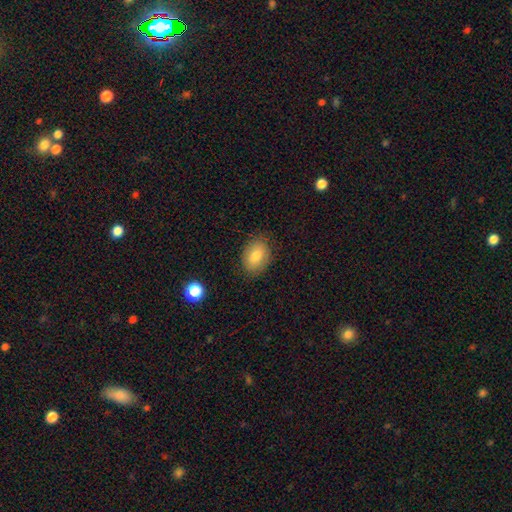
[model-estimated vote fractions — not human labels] A smooth galaxy with no disk features (81%) that is in between round and cigar-shaped (77%). Merging: none (84%).